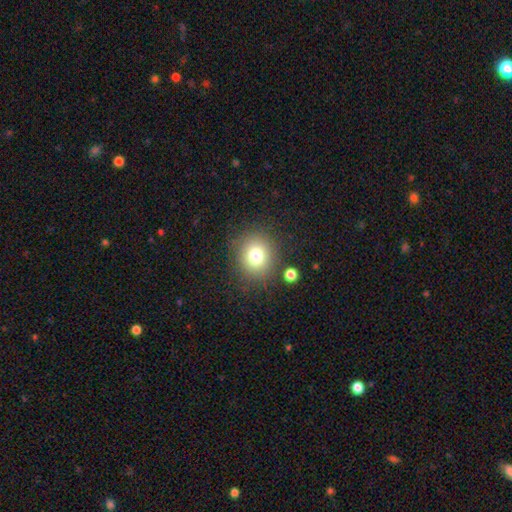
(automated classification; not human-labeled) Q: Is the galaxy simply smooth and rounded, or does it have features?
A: smooth — 77%.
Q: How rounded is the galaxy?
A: round — 80%.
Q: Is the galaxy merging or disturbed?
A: none — 83%.